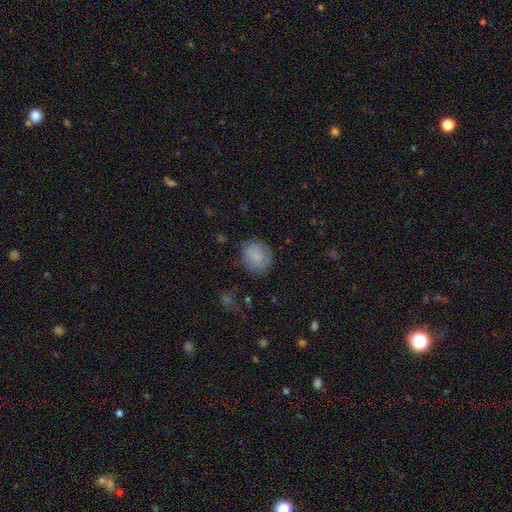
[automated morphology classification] Q: Smooth or featured?
A: smooth (77%); runner-up: featured or disk (15%)
Q: How rounded?
A: round (79%); runner-up: in between (20%)
Q: Merging?
A: none (76%); runner-up: minor disturbance (17%)